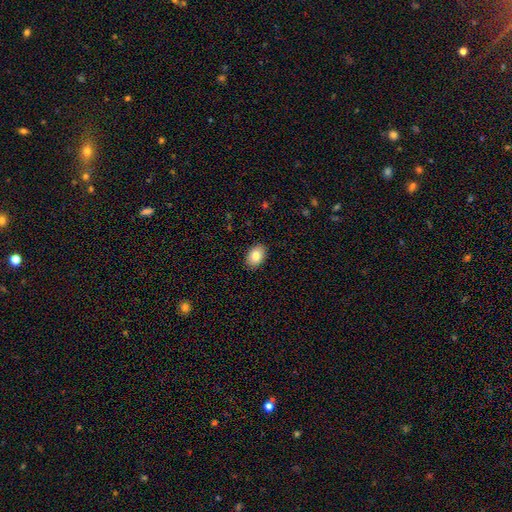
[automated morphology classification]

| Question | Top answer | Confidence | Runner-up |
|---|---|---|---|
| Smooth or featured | smooth | 82% | featured or disk (10%) |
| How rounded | in between | 81% | round (18%) |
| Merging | none | 89% | minor disturbance (8%) |